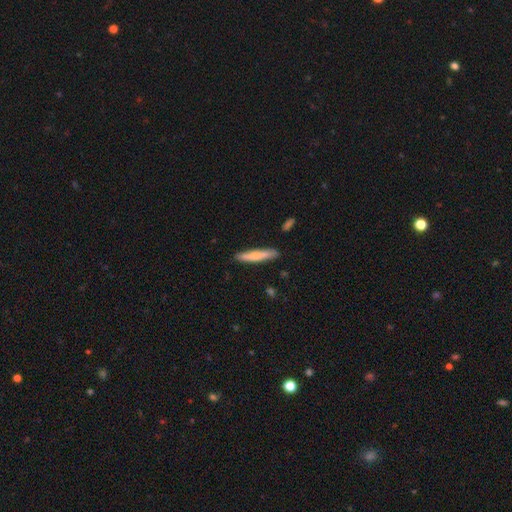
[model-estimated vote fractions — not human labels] smooth 68%, featured or disk 26%, star or artifact 6%. Down the decision tree: how rounded — cigar-shaped (91%); merging — none (86%).